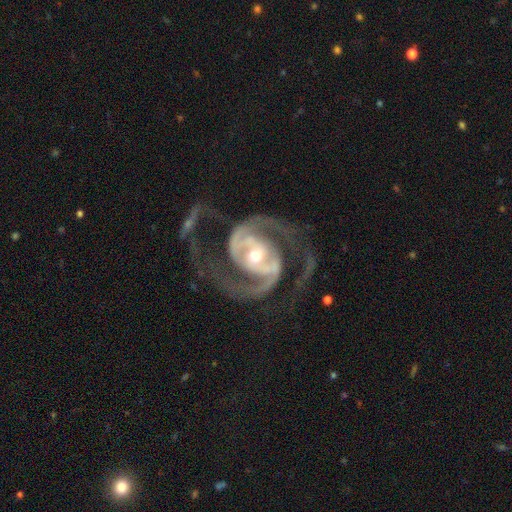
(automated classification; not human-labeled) Smooth or featured? featured or disk (93%)
Edge-on disk? no (98%)
Bar? strong (38%)
Spiral arms? yes (98%)
Spiral winding? medium (63%)
Spiral arm count? 2 (92%)
Bulge size? moderate (58%)
Merging? none (70%)